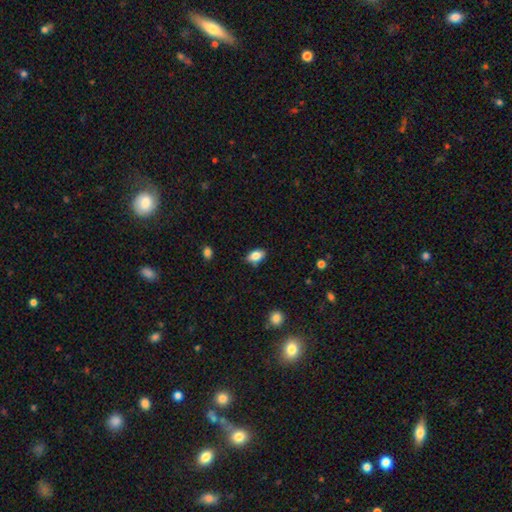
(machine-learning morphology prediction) This is clearly a smooth galaxy (84%). How rounded: clearly in between (89%). Merging: clearly none (83%).